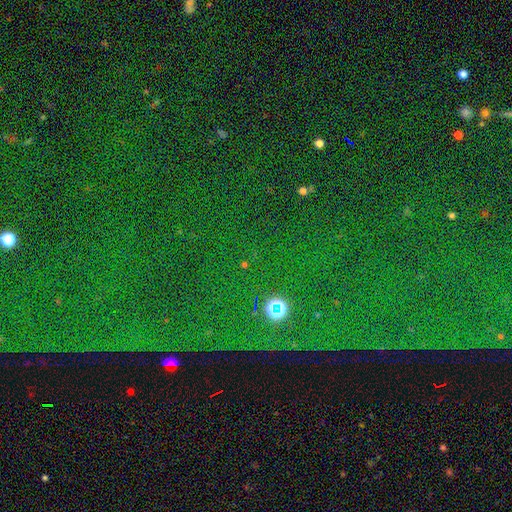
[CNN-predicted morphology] smooth-or-featured: star or artifact: 83% | smooth: 10% | featured or disk: 8%